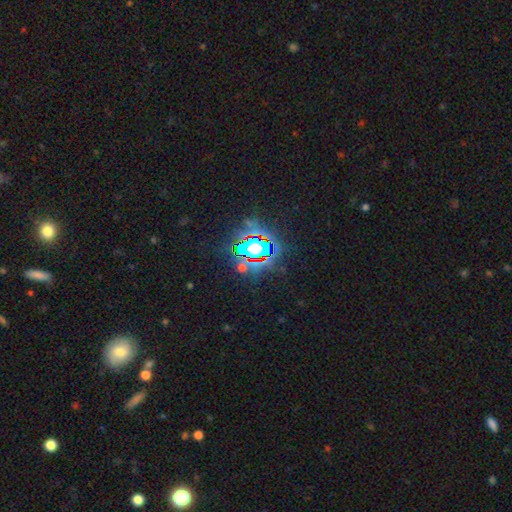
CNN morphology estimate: smooth-or-featured: star or artifact: 80% | smooth: 11% | featured or disk: 9%